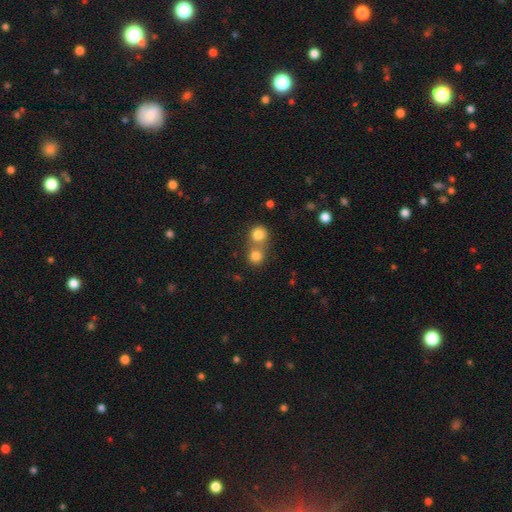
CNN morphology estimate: Smooth or featured: smooth — 80% (star or artifact — 12%)
How rounded: round — 87% (in between — 12%)
Merging: merger — 49% (none — 43%)